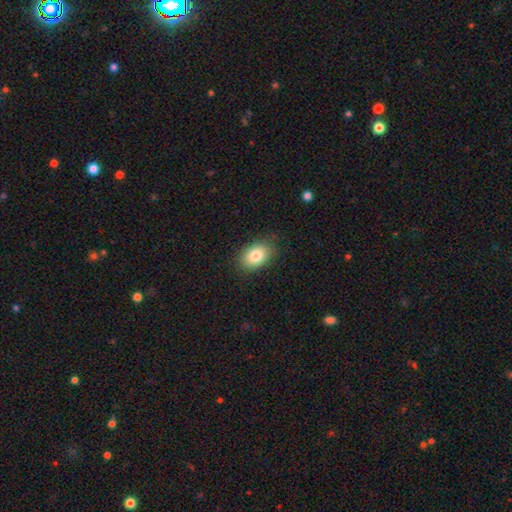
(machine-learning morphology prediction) smooth_or_featured: smooth (p=0.82) [alt: featured or disk p=0.09]
how_rounded: in between (p=0.81) [alt: round p=0.18]
merging: none (p=0.84) [alt: minor disturbance p=0.12]